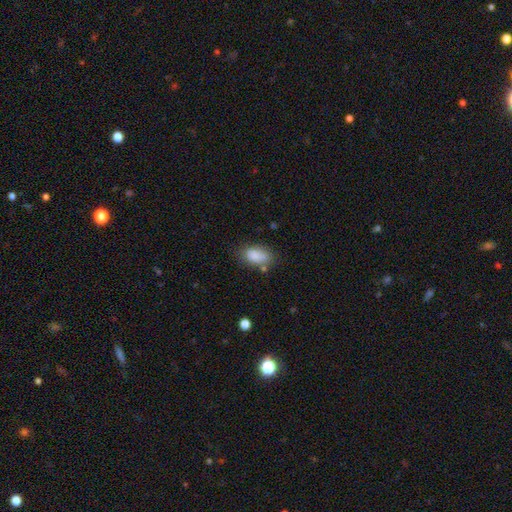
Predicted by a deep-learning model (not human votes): This is clearly a smooth galaxy (84%). How rounded: clearly in between (89%). Merging: likely none (61%).